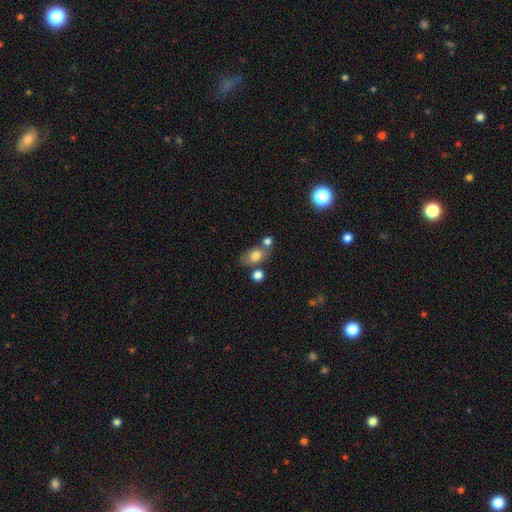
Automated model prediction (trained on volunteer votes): The model was most divided on "merging": none: 54%, merger: 26%, minor disturbance: 14%, major disturbance: 5%. More confident: smooth or featured — smooth (76%); how rounded — in between (73%).